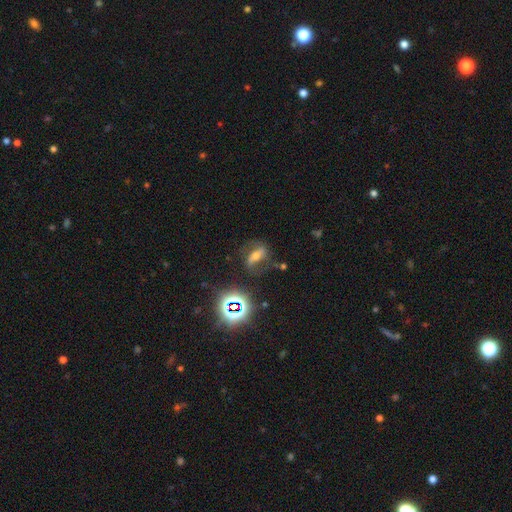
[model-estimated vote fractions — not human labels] This appears to be a featured or disk galaxy (52%). Merging: none (68%).